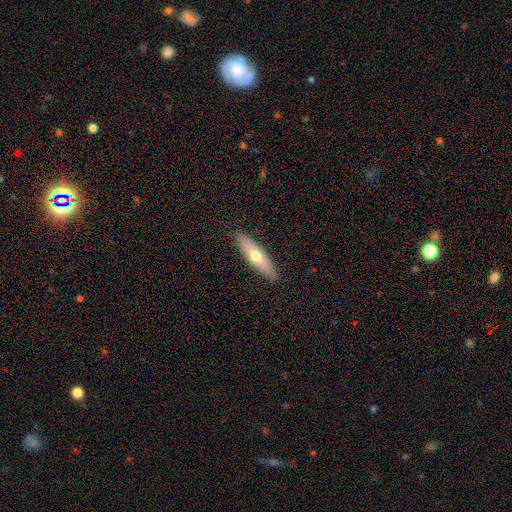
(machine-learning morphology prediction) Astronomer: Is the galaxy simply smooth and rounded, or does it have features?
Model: smooth — 58% (runner-up: featured or disk, 36%).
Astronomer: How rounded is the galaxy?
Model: cigar-shaped — 69%.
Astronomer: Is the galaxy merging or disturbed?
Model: none — 90%.